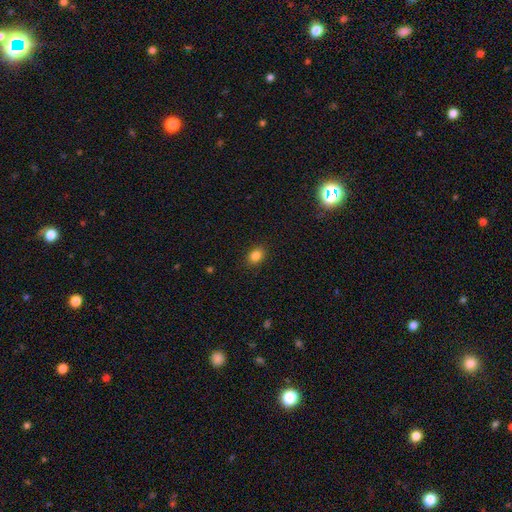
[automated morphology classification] This is clearly a smooth galaxy (84%). How rounded: possibly in between (55%). Merging: clearly none (89%).